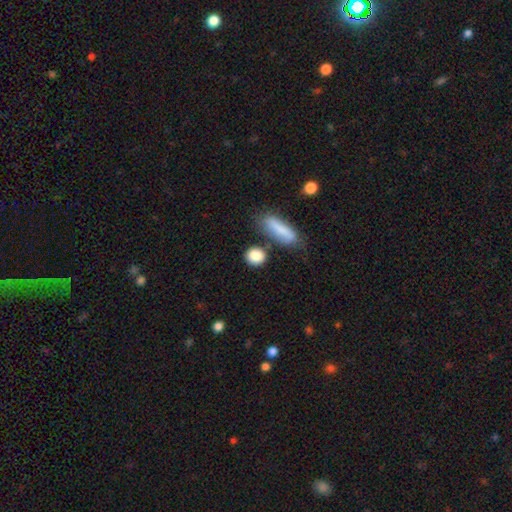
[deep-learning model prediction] Q: Smooth or featured?
A: smooth (86%); runner-up: star or artifact (8%)
Q: How rounded?
A: round (67%); runner-up: in between (28%)
Q: Merging?
A: none (73%); runner-up: minor disturbance (12%)